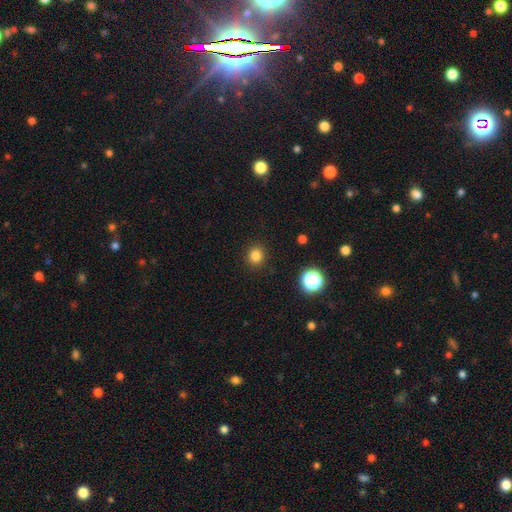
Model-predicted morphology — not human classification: smooth 81%, star or artifact 14%, featured or disk 4%. Down the decision tree: how rounded — round (89%); merging — none (91%).